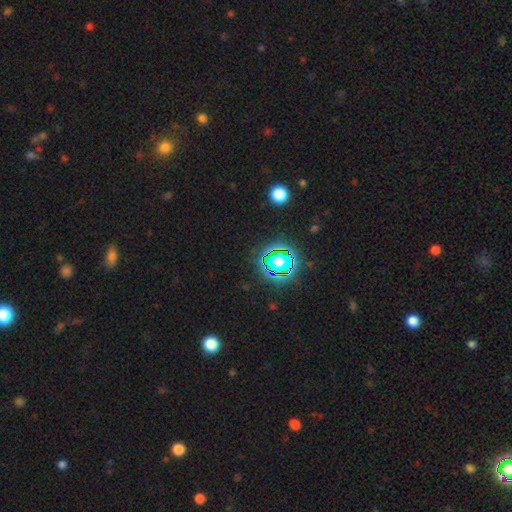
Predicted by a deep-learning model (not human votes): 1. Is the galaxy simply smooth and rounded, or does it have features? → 78% star or artifact, 15% smooth, 7% featured or disk.